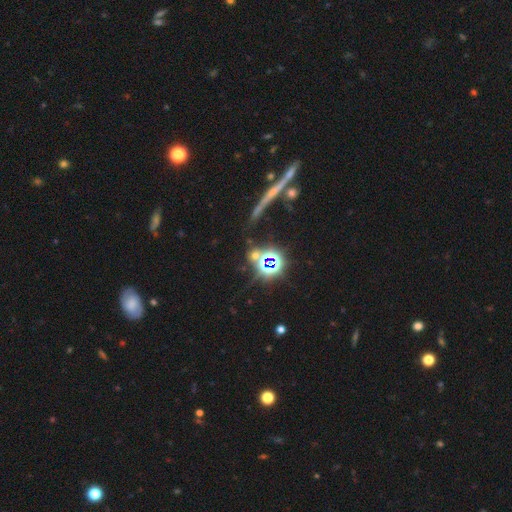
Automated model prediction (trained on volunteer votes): Smooth or featured? Predicted: star or artifact (p=0.59).